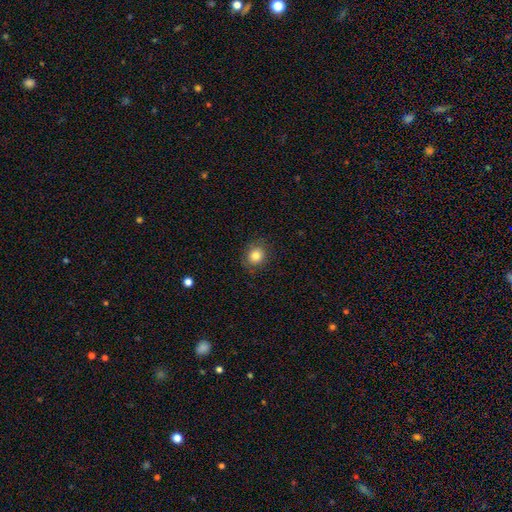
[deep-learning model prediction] Smooth or featured?
  - smooth: 81% *
  - star or artifact: 10%
  - featured or disk: 8%
How rounded?
  - round: 78% *
  - in between: 21%
  - cigar-shaped: 1%
Merging?
  - none: 83% *
  - minor disturbance: 12%
  - major disturbance: 4%
  - merger: 1%